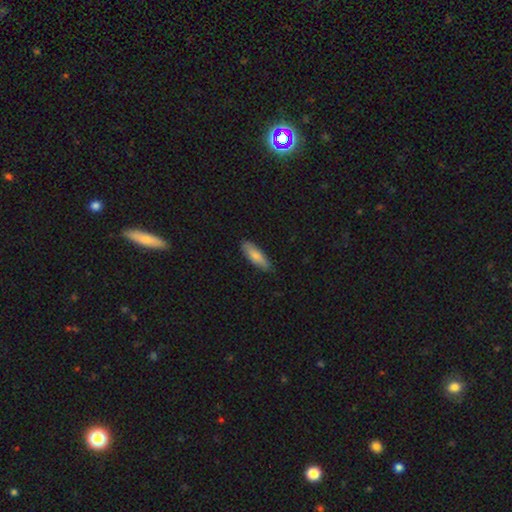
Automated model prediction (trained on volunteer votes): The model was most divided on "how rounded" (2-way tie): cigar-shaped: 49%, in between: 49%, round: 2%. More confident: merging — none (84%); smooth or featured — smooth (81%).